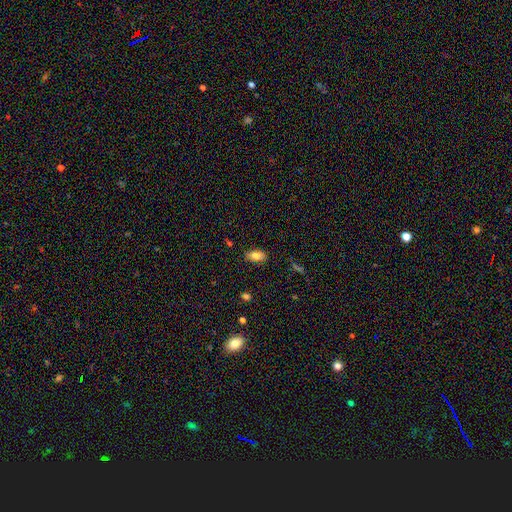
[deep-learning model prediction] smooth_or_featured: smooth (p=0.80) [alt: featured or disk p=0.12]
how_rounded: in between (p=0.90) [alt: round p=0.06]
merging: none (p=0.82) [alt: minor disturbance p=0.14]